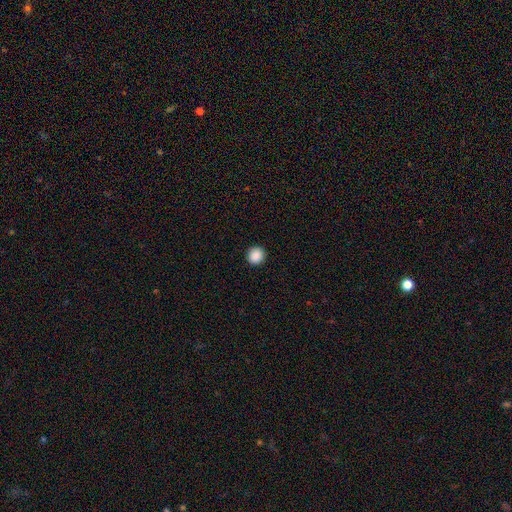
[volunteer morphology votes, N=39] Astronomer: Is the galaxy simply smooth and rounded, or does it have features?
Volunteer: smooth — 90%.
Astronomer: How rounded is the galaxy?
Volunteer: round — 97%.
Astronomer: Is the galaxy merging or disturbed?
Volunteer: none — 97%.